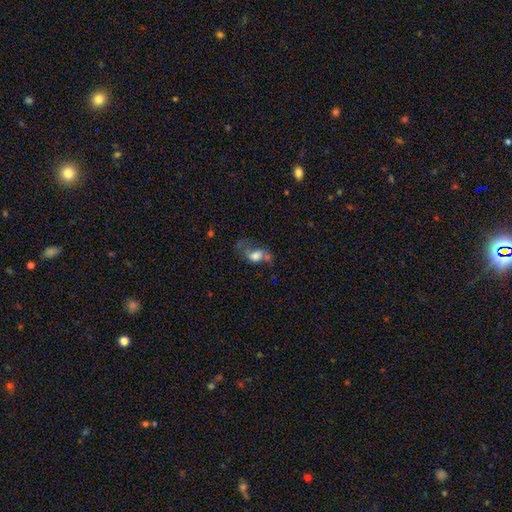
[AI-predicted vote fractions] The model was most divided on "merging": major disturbance: 37%, none: 26%, minor disturbance: 19%, merger: 17%. More confident: how rounded — in between (80%); smooth or featured — smooth (51%).